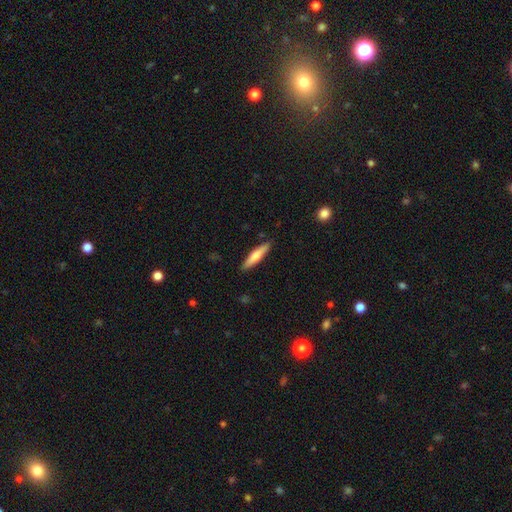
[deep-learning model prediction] This appears to be a smooth galaxy with no disk features (66%) that is cigar-shaped (84%). Merging: none (89%).